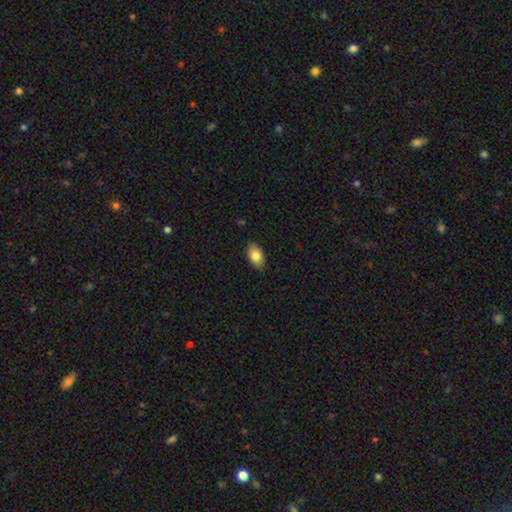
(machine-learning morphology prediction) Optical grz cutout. It shows a smooth galaxy with no disk features (82%) that is in between round and cigar-shaped (89%). Merging: none (84%).